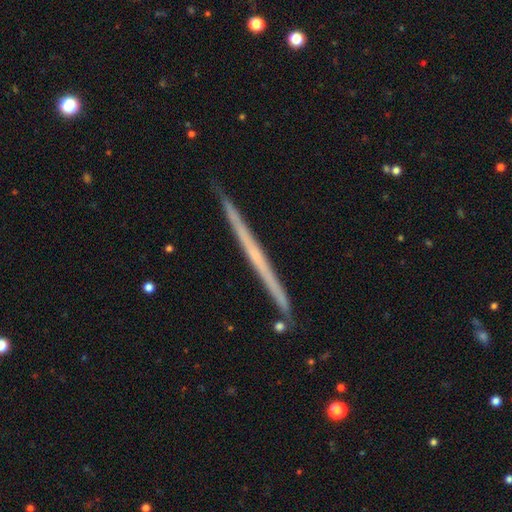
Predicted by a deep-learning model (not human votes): smooth-or-featured: featured or disk: 68% | smooth: 26% | star or artifact: 6%
  disk-edge-on: yes: 98% | no: 2%
    edge-on-bulge: none: 82% | rounded: 14% | boxy: 4%
  merging: none: 90% | minor disturbance: 7% | merger: 2% | major disturbance: 1%